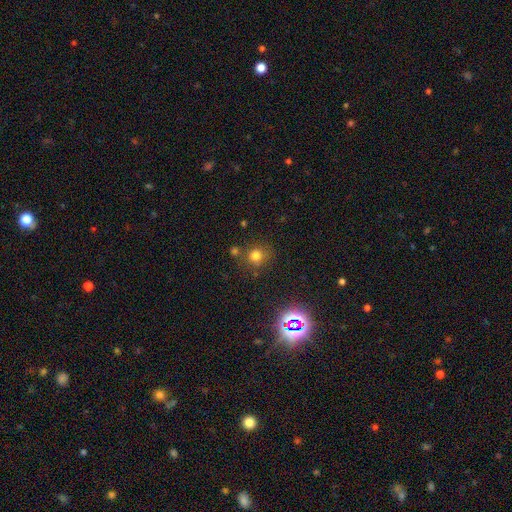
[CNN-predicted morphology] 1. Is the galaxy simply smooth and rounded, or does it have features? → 70% smooth, 22% star or artifact, 8% featured or disk.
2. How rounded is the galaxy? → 86% round, 13% in between, 1% cigar-shaped.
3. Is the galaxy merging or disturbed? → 73% none, 12% minor disturbance, 11% merger, 4% major disturbance.